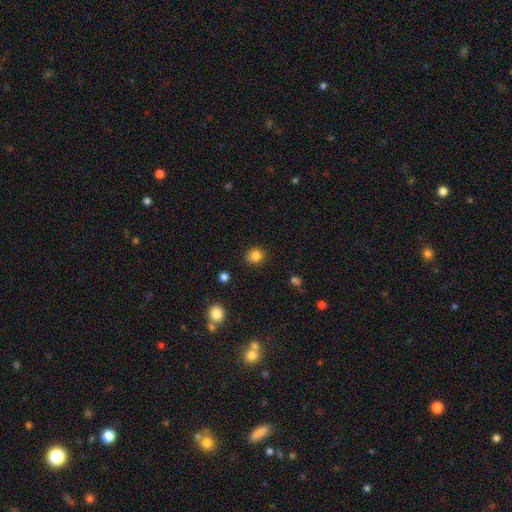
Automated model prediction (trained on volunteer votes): Overall: smooth (83%). How rounded: round (73%). Merging: none (83%).